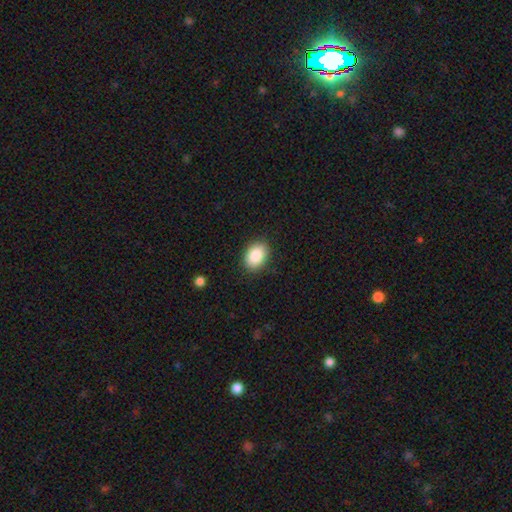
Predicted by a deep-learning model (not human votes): A smooth galaxy with no disk features (88%) that is in between round and cigar-shaped (80%). Merging: none (88%).